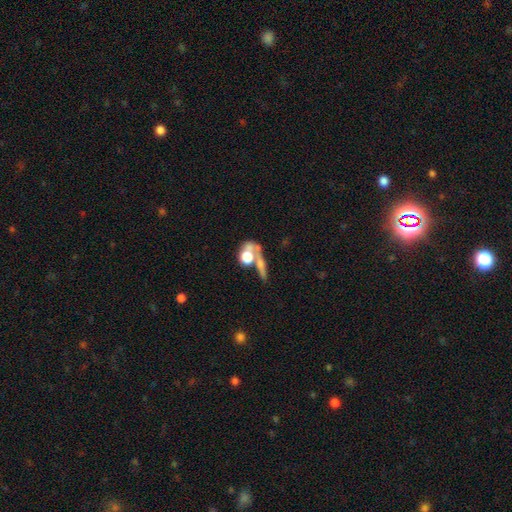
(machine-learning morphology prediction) Overall: smooth (44%; featured or disk 37%). Merging: merger (41%; none 31%).